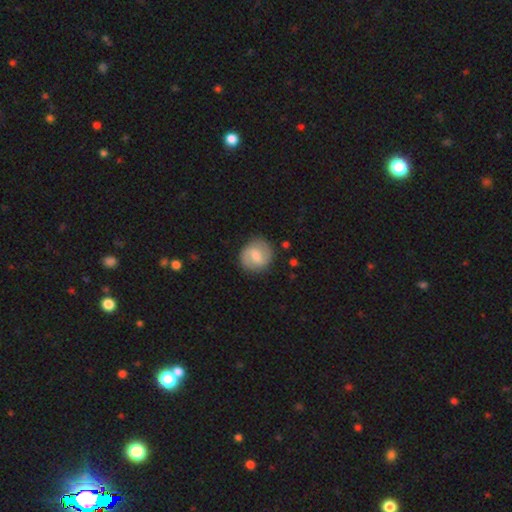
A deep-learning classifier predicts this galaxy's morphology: smooth 50%, featured or disk 44%, star or artifact 6%. Down the decision tree: merging — none (83%).